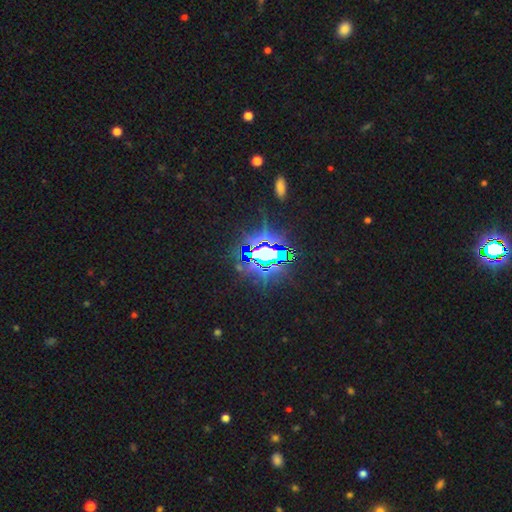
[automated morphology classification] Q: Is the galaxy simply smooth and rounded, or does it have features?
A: star or artifact — 86%.